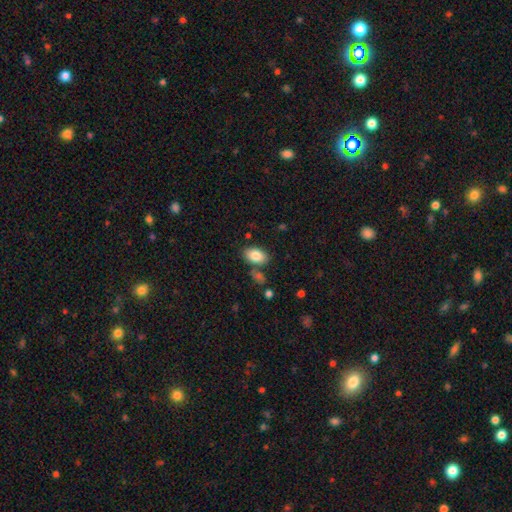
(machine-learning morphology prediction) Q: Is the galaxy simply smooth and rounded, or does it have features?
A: smooth — 84%.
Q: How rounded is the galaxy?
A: in between — 92%.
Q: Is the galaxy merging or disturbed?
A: none — 76%.